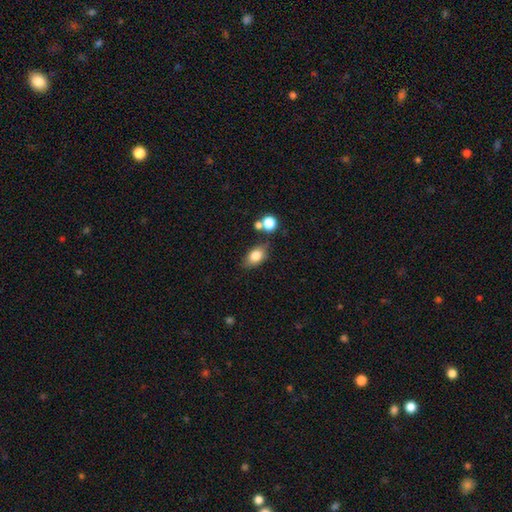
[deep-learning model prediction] Q: Smooth or featured?
A: smooth (80%); runner-up: featured or disk (11%)
Q: How rounded?
A: in between (83%); runner-up: round (15%)
Q: Merging?
A: none (74%); runner-up: minor disturbance (14%)